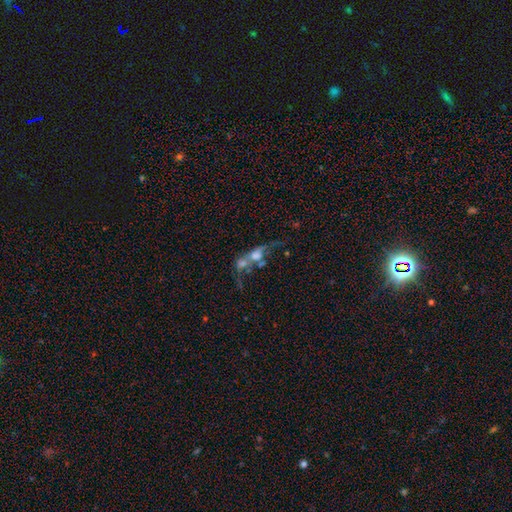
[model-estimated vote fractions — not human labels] A featured or disk galaxy (47%). Merging: merger (60%).